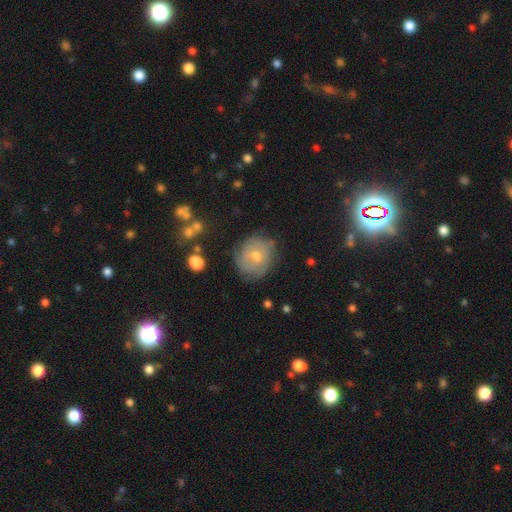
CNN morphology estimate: Smooth or featured?
  - smooth: 44% *
  - featured or disk: 43%
  - star or artifact: 12%
Merging?
  - none: 75% *
  - minor disturbance: 18%
  - major disturbance: 6%
  - merger: 2%